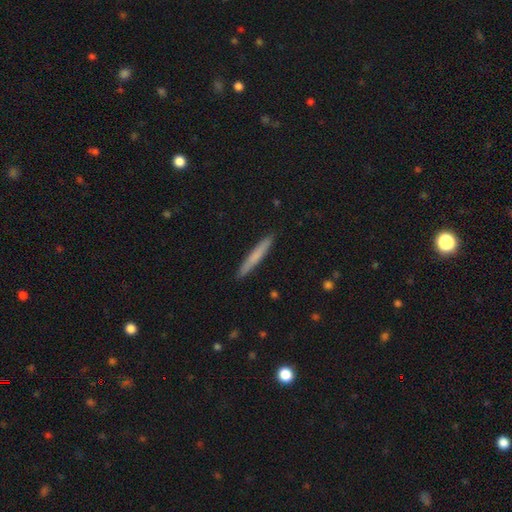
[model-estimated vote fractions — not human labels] smooth_or_featured: smooth (p=0.67) [alt: featured or disk p=0.27]
how_rounded: cigar-shaped (p=0.96) [alt: in between p=0.03]
merging: none (p=0.91) [alt: minor disturbance p=0.06]